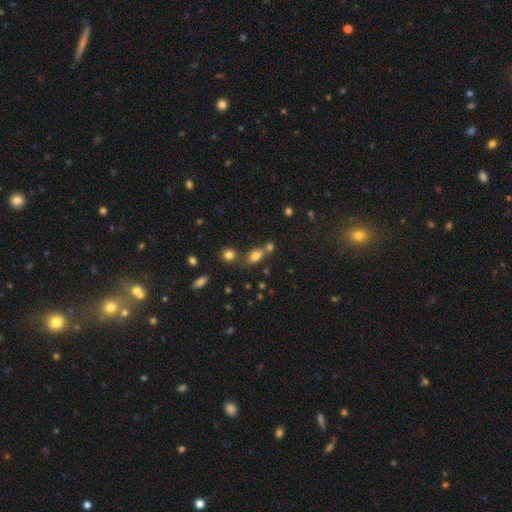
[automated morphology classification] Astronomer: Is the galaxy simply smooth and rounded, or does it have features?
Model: smooth — 75%.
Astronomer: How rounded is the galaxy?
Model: in between — 77%.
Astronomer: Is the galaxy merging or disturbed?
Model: none — 51% (runner-up: merger, 31%).